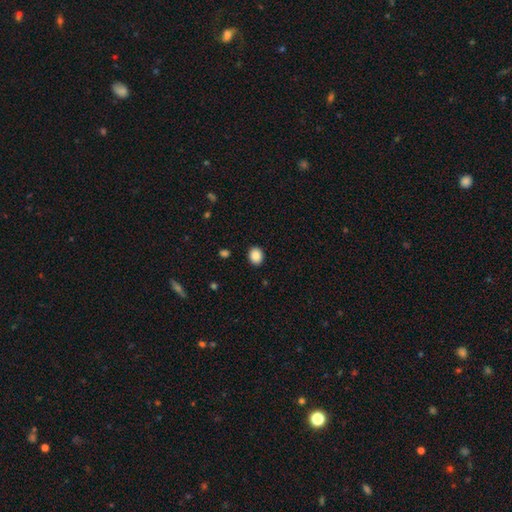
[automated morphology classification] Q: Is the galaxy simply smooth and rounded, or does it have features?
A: smooth — 88%.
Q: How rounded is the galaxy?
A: round — 50%.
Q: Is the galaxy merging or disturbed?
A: none — 90%.